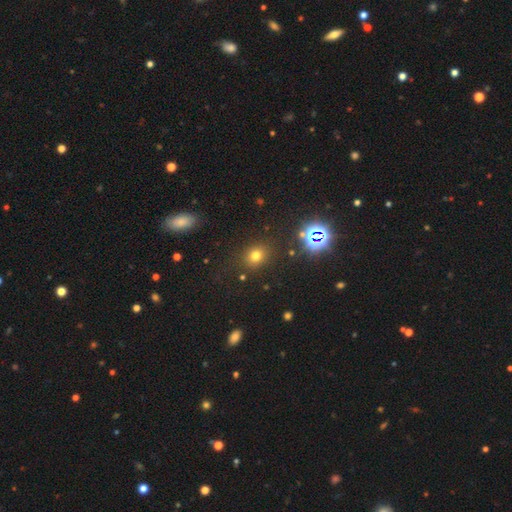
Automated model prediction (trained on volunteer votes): smooth-or-featured: smooth: 69% | star or artifact: 23% | featured or disk: 8%
  how-rounded: round: 69% | in between: 30% | cigar-shaped: 1%
  merging: none: 84% | minor disturbance: 9% | major disturbance: 4% | merger: 3%